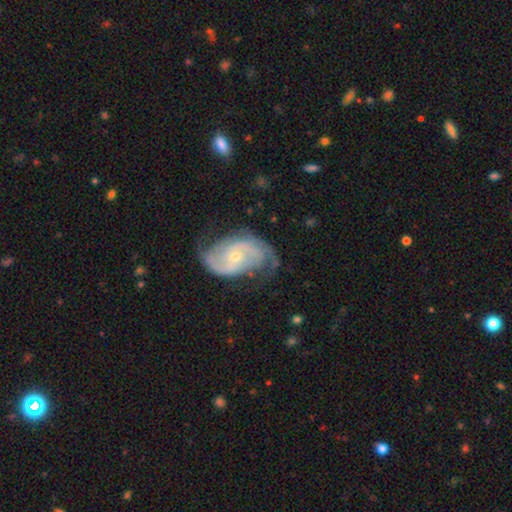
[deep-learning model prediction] The model was most divided on "spiral winding": medium: 47%, tight: 30%, loose: 23%. More confident: edge-on disk — no (97%); spiral arms — yes (96%); smooth or featured — featured or disk (86%); spiral arm count — 2 (80%); bulge size — small (67%); merging — none (63%); bar — no (55%).